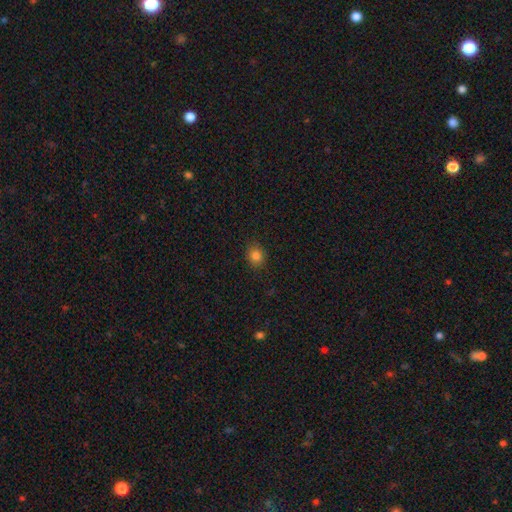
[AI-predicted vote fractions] Smooth or featured? Predicted: smooth (p=0.82). How rounded? Predicted: round (p=0.68). Merging? Predicted: none (p=0.87).